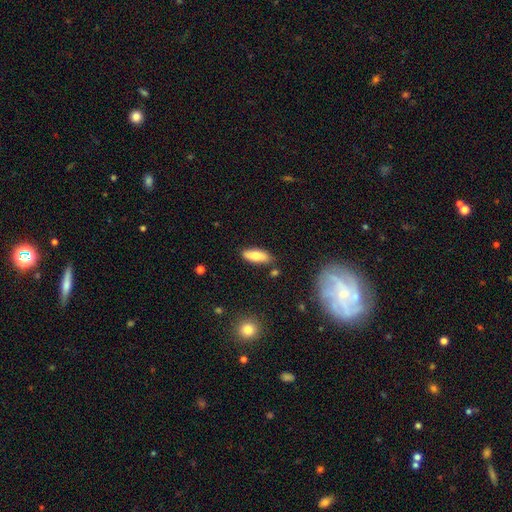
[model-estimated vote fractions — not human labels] Q: Smooth or featured?
A: smooth (75%); runner-up: featured or disk (19%)
Q: How rounded?
A: in between (72%); runner-up: cigar-shaped (25%)
Q: Merging?
A: none (83%); runner-up: minor disturbance (12%)